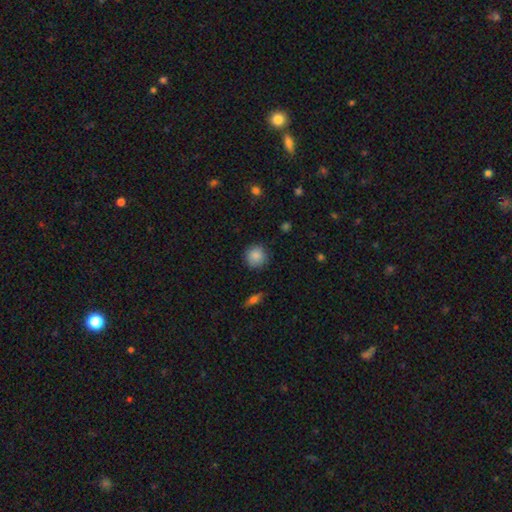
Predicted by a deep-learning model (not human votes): smooth-or-featured: smooth: 87% | star or artifact: 8% | featured or disk: 5%
  how-rounded: round: 93% | in between: 6% | cigar-shaped: 1%
  merging: none: 87% | minor disturbance: 10% | major disturbance: 3% | merger: 1%